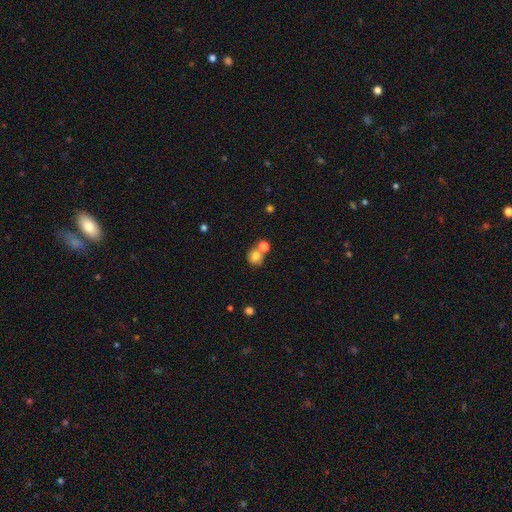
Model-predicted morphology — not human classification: smooth-or-featured: smooth: 79% | star or artifact: 11% | featured or disk: 10%
  how-rounded: round: 80% | in between: 19% | cigar-shaped: 1%
  merging: none: 50% | merger: 37% | minor disturbance: 10% | major disturbance: 4%